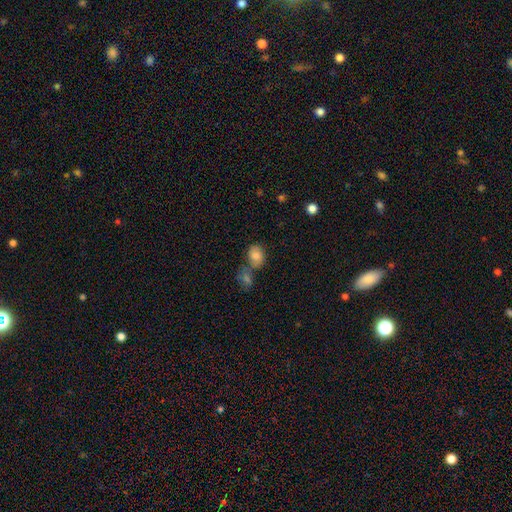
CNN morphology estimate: type=smooth (79%); roundness=in between (61%); merging=none (44%).